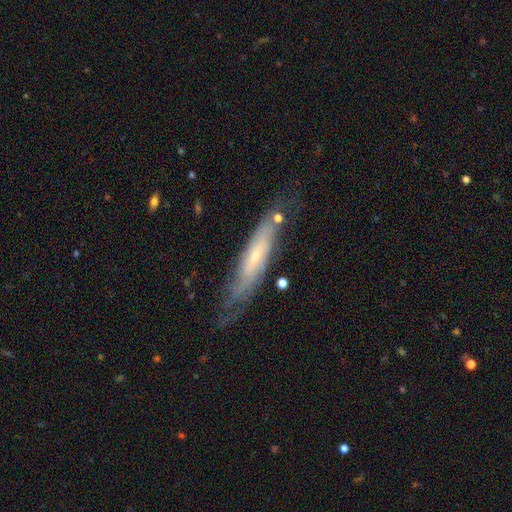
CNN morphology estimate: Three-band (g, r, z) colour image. It shows a featured or disk galaxy (66%). Merging: none (64%).